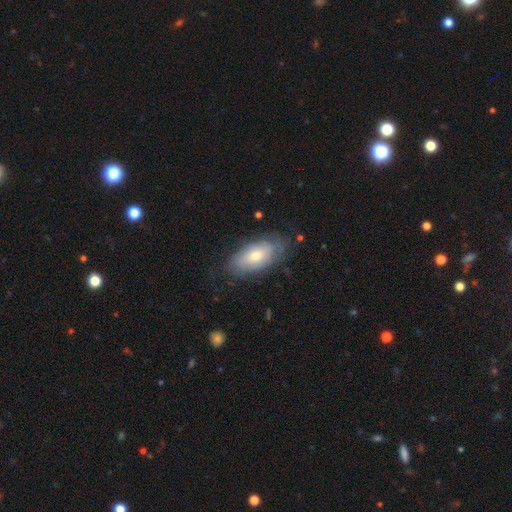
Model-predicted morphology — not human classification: Smooth or featured?
  - smooth: 53% *
  - featured or disk: 40%
  - star or artifact: 7%
How rounded?
  - in between: 90% *
  - cigar-shaped: 7%
  - round: 3%
Merging?
  - none: 72% *
  - minor disturbance: 20%
  - major disturbance: 6%
  - merger: 1%